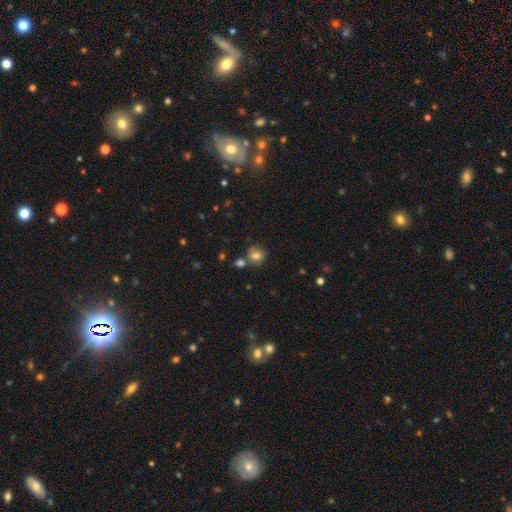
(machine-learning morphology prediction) Smooth or featured?
  - smooth: 79% *
  - star or artifact: 11%
  - featured or disk: 10%
How rounded?
  - round: 81% *
  - in between: 18%
  - cigar-shaped: 1%
Merging?
  - none: 66% *
  - merger: 16%
  - minor disturbance: 14%
  - major disturbance: 4%